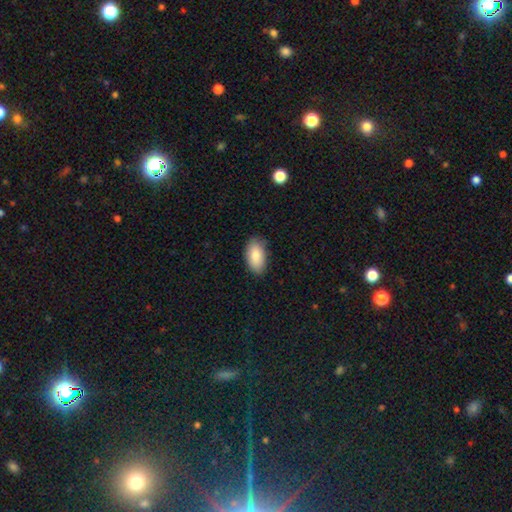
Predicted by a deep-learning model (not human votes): Smooth or featured? smooth (85%)
How rounded? in between (94%)
Merging? none (84%)